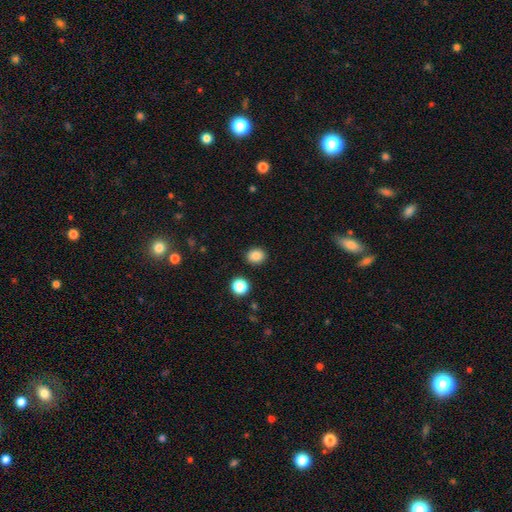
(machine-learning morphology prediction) The model was most divided on "how rounded": round: 60%, in between: 39%, cigar-shaped: 1%. More confident: merging — none (89%); smooth or featured — smooth (86%).